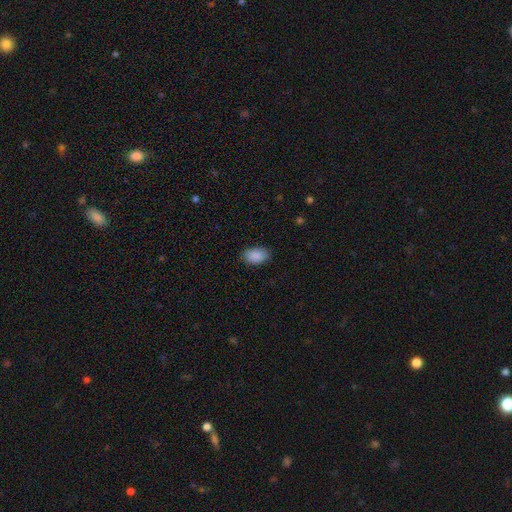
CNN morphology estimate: smooth-or-featured: smooth: 90% | star or artifact: 6% | featured or disk: 3%
  how-rounded: in between: 93% | round: 6% | cigar-shaped: 1%
  merging: none: 87% | minor disturbance: 10% | major disturbance: 2% | merger: 1%